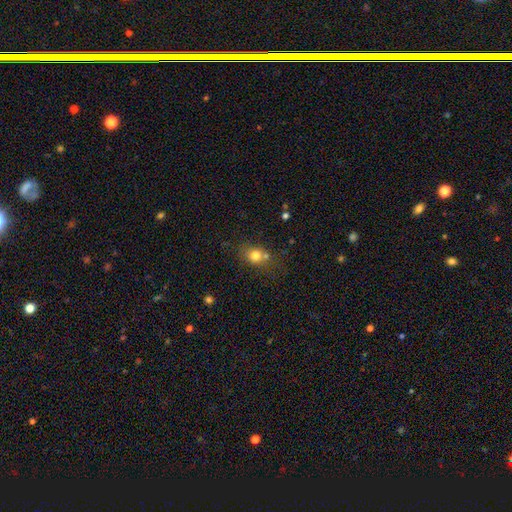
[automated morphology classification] Q: Smooth or featured?
A: smooth (77%); runner-up: star or artifact (13%)
Q: How rounded?
A: round (64%); runner-up: in between (34%)
Q: Merging?
A: none (58%); runner-up: merger (21%)